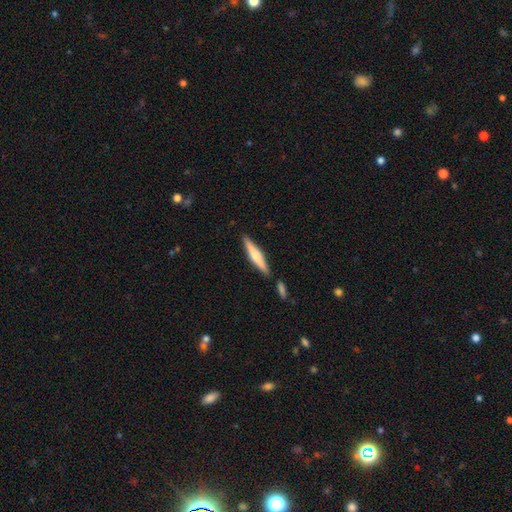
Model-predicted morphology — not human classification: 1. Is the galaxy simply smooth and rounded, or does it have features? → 50% smooth, 45% featured or disk, 5% star or artifact.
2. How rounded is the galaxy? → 90% cigar-shaped, 8% in between, 1% round.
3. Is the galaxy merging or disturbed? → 83% none, 9% minor disturbance, 6% merger, 2% major disturbance.